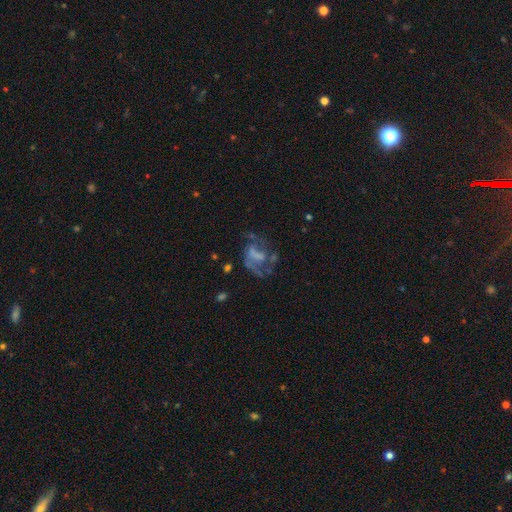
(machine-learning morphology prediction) Smooth or featured?
  - featured or disk: 63% *
  - smooth: 24%
  - star or artifact: 13%
Edge-on disk?
  - no: 97% *
  - yes: 3%
Bar?
  - no: 52% *
  - weak: 33%
  - strong: 15%
Spiral arms?
  - yes: 51% *
  - no: 49%
Bulge size?
  - none: 57% *
  - moderate: 17%
  - small: 16%
  - large: 8%
  - dominant: 2%
Merging?
  - major disturbance: 39% *
  - none: 35%
  - minor disturbance: 20%
  - merger: 7%